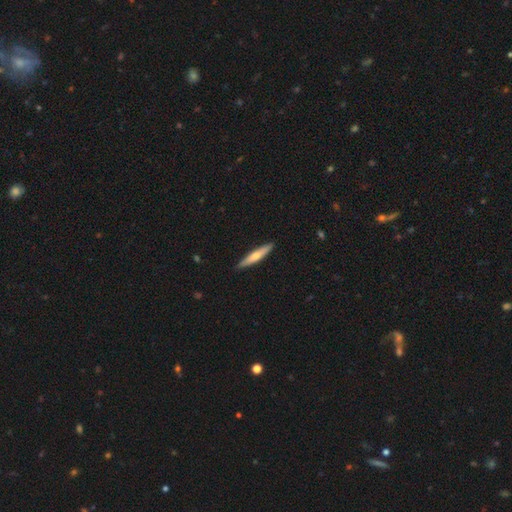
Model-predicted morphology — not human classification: Smooth or featured?
  - smooth: 58% *
  - featured or disk: 37%
  - star or artifact: 5%
How rounded?
  - cigar-shaped: 90% *
  - in between: 9%
  - round: 1%
Merging?
  - none: 89% *
  - minor disturbance: 8%
  - major disturbance: 1%
  - merger: 1%